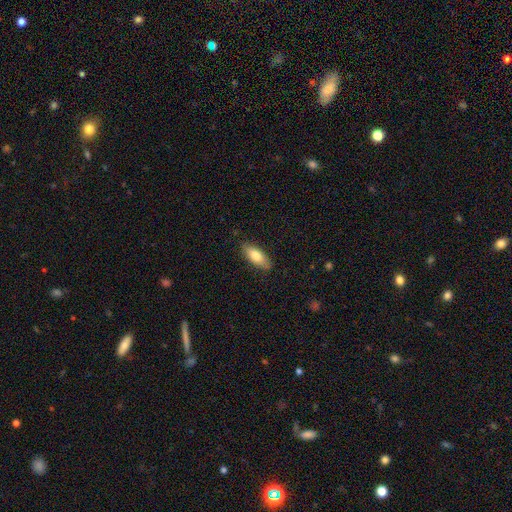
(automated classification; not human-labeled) Smooth or featured? Predicted: smooth (p=0.76). How rounded? Predicted: in between (p=0.78). Merging? Predicted: none (p=0.84).